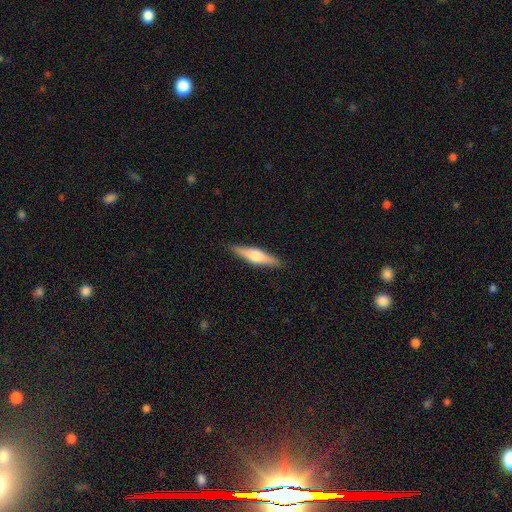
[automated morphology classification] A featured or disk galaxy (56%) viewed edge-on (96%) with a rounded central bulge (89%).

Vote fractions:
- Smooth or featured? featured or disk: 56% / smooth: 38% / star or artifact: 6%
- Edge-on disk? yes: 96% / no: 4%
- Edge-on bulge? rounded: 89% / boxy: 8% / none: 3%
- Merging? none: 90% / minor disturbance: 8% / major disturbance: 2% / merger: 1%